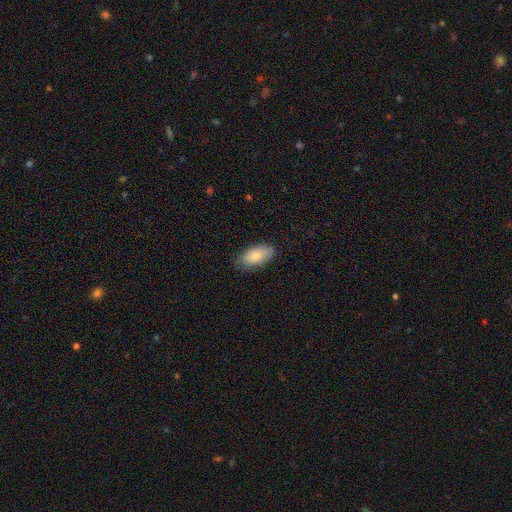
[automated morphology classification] A smooth galaxy with no disk features (84%) that is in between round and cigar-shaped (93%).

Vote fractions:
- Smooth or featured? smooth: 84% / featured or disk: 10% / star or artifact: 6%
- How rounded? in between: 93% / cigar-shaped: 4% / round: 2%
- Merging? none: 80% / minor disturbance: 16% / major disturbance: 3% / merger: 1%